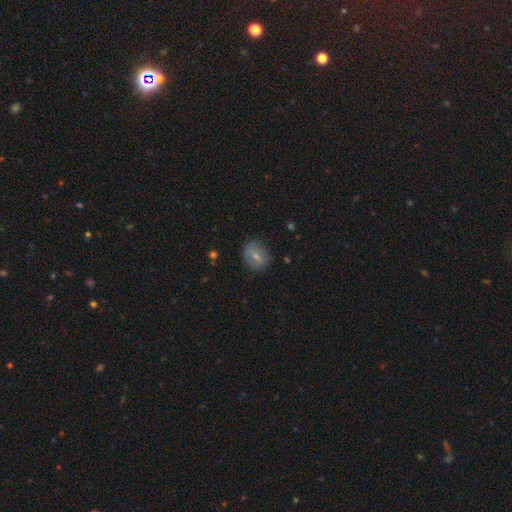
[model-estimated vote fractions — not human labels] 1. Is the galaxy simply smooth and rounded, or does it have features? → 59% smooth, 32% featured or disk, 9% star or artifact.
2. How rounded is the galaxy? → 50% in between, 47% round, 3% cigar-shaped.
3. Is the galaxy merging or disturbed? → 77% none, 16% minor disturbance, 5% major disturbance, 1% merger.